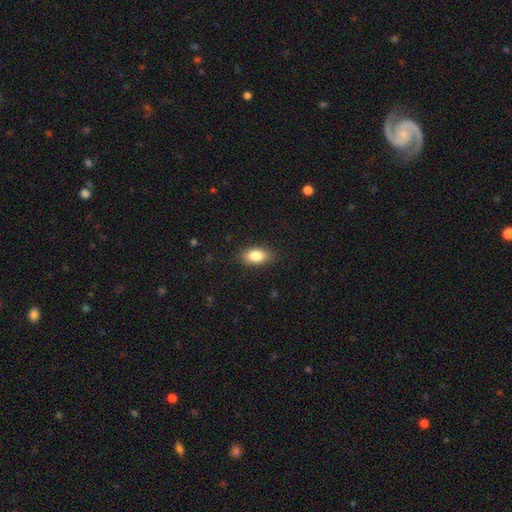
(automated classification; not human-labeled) Smooth or featured? smooth (84%)
How rounded? in between (90%)
Merging? none (87%)